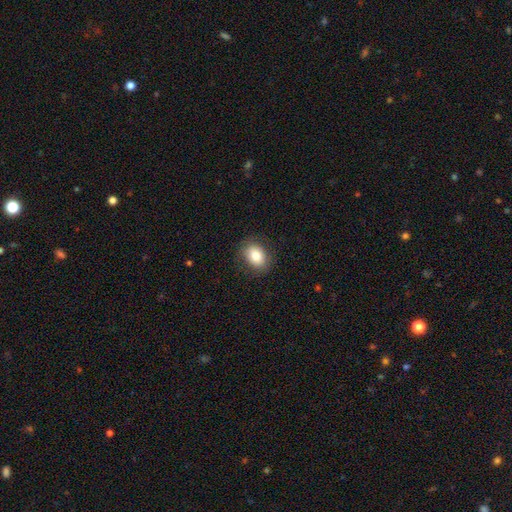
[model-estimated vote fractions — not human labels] Q: Smooth or featured?
A: smooth (82%); runner-up: featured or disk (10%)
Q: How rounded?
A: in between (67%); runner-up: round (32%)
Q: Merging?
A: none (84%); runner-up: minor disturbance (11%)